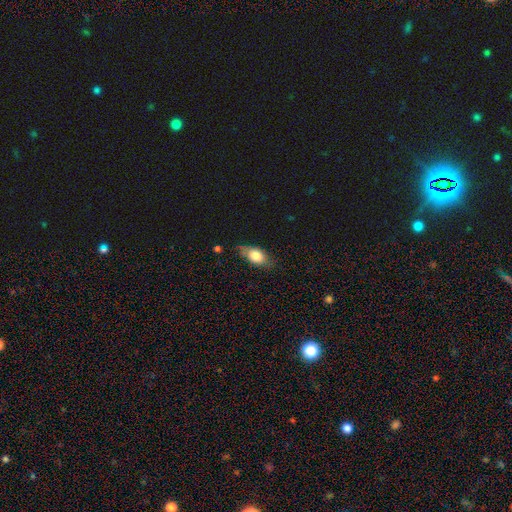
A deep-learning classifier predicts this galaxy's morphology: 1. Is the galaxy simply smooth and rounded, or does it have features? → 74% smooth, 18% featured or disk, 7% star or artifact.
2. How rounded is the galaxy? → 83% in between, 8% round, 8% cigar-shaped.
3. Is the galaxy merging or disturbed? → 70% none, 24% minor disturbance, 5% major disturbance, 2% merger.